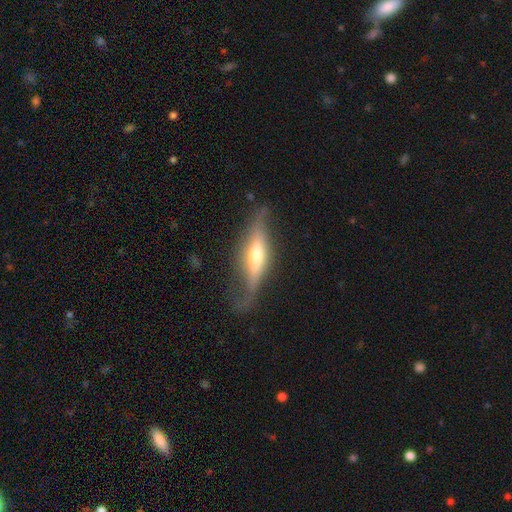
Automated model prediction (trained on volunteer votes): featured or disk 67%, smooth 27%, star or artifact 6%. Down the decision tree: edge-on disk — yes (77%); edge-on bulge — rounded (72%); merging — none (59%).